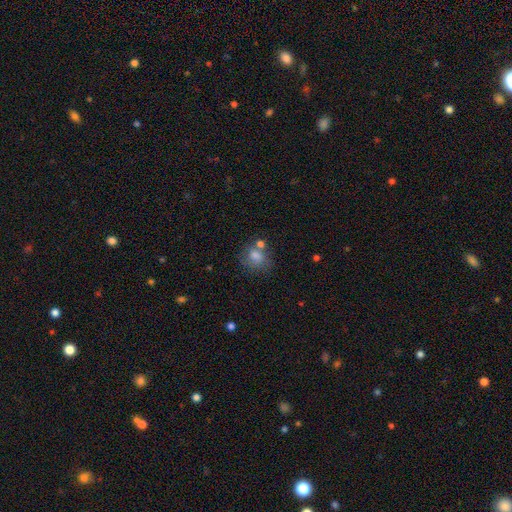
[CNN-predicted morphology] The model was most divided on "how rounded": round: 61%, in between: 37%, cigar-shaped: 1%. More confident: smooth or featured — smooth (71%); merging — none (54%).